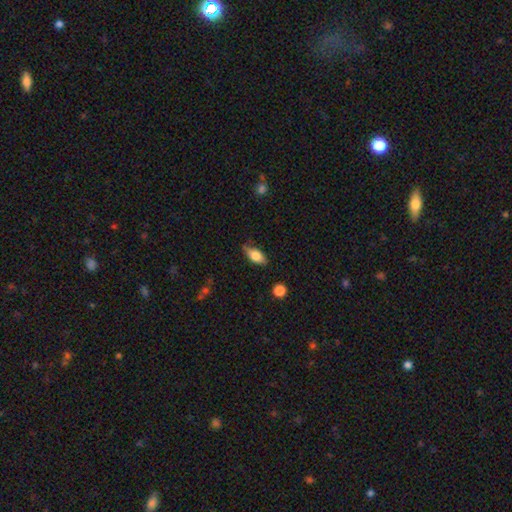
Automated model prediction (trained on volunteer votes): A smooth galaxy with no disk features (73%) that is in between round and cigar-shaped (84%). Merging: none (73%).